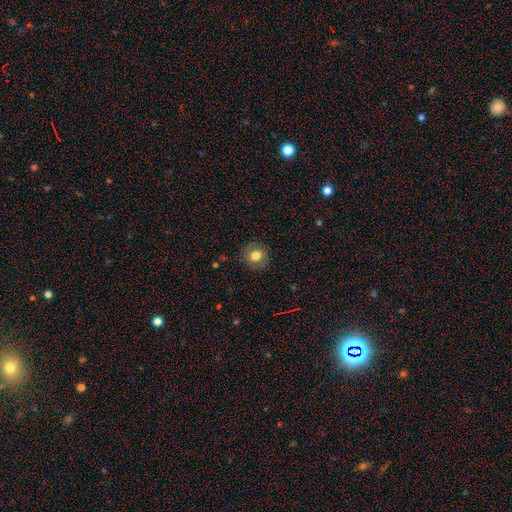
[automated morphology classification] A smooth galaxy with no disk features (76%) that is round (90%). Merging: none (88%).